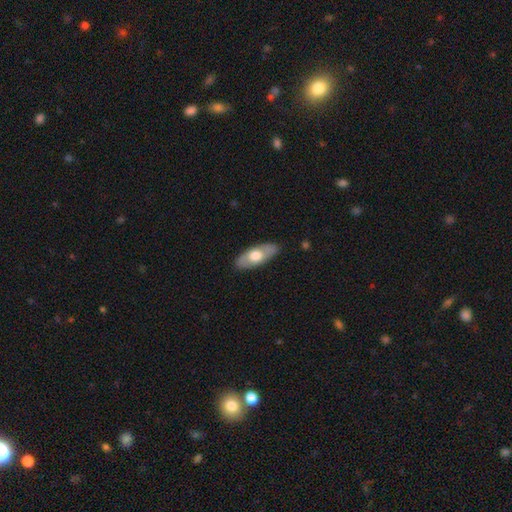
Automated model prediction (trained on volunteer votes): Morphology: type=smooth (58%); roundness=in between (81%); merging=none (86%).